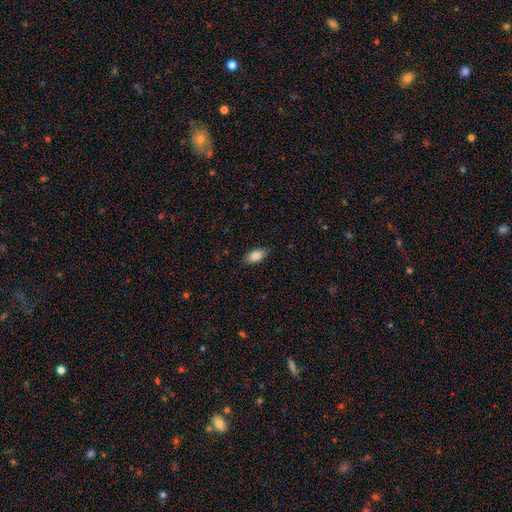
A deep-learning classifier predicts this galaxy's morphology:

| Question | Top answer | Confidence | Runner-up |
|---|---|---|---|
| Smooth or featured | smooth | 84% | featured or disk (9%) |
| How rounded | in between | 92% | cigar-shaped (5%) |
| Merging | none | 82% | minor disturbance (15%) |